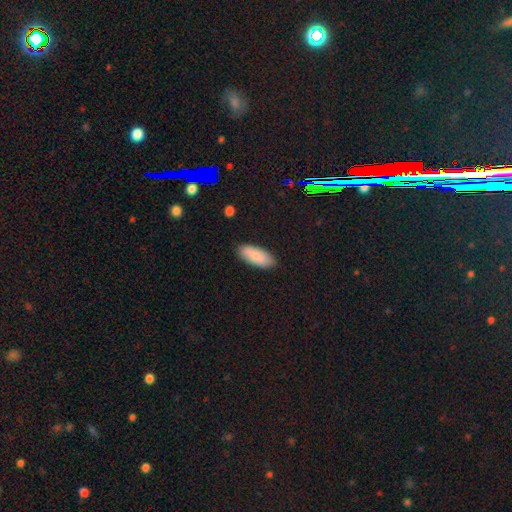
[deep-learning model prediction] Smooth or featured?
  - smooth: 85% *
  - featured or disk: 9%
  - star or artifact: 6%
How rounded?
  - in between: 83% *
  - cigar-shaped: 15%
  - round: 2%
Merging?
  - none: 88% *
  - minor disturbance: 9%
  - major disturbance: 2%
  - merger: 1%